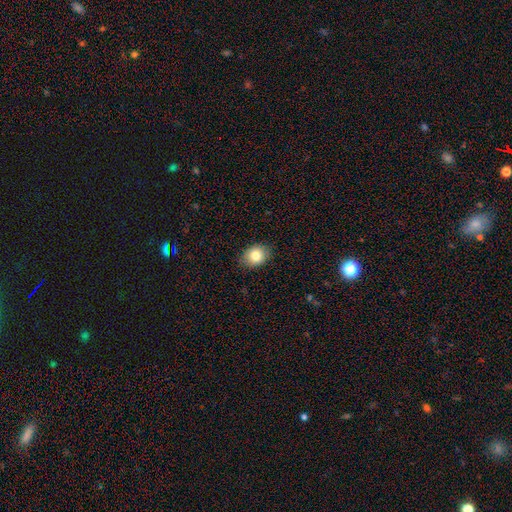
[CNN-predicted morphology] Smooth or featured: smooth — 83% (star or artifact — 9%)
How rounded: in between — 54% (round — 45%)
Merging: none — 85% (minor disturbance — 12%)